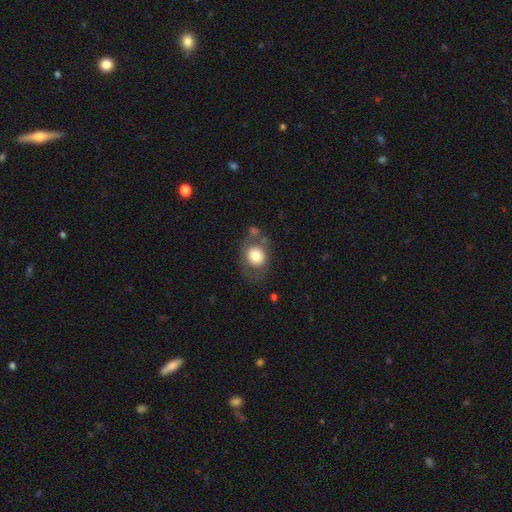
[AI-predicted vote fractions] smooth_or_featured: smooth (p=0.71) [alt: featured or disk p=0.21]
how_rounded: round (p=0.61) [alt: in between p=0.38]
merging: none (p=0.58) [alt: minor disturbance p=0.19]